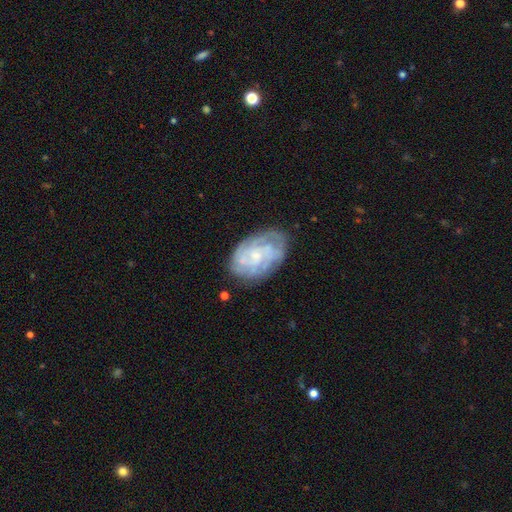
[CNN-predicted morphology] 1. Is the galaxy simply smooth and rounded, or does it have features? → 74% featured or disk, 18% smooth, 7% star or artifact.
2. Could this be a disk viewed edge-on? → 97% no, 3% yes.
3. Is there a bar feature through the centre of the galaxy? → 71% no, 25% weak, 4% strong.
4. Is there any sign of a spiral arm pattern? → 89% yes, 11% no.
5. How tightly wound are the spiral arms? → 65% tight, 28% medium, 8% loose.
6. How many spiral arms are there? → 43% can't tell, 17% 4, 16% 3, 13% 2, 6% more than 4, 5% 1.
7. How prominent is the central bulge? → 65% small, 23% moderate, 9% none, 2% large, 1% dominant.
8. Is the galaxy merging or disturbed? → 74% none, 18% minor disturbance, 6% major disturbance, 2% merger.